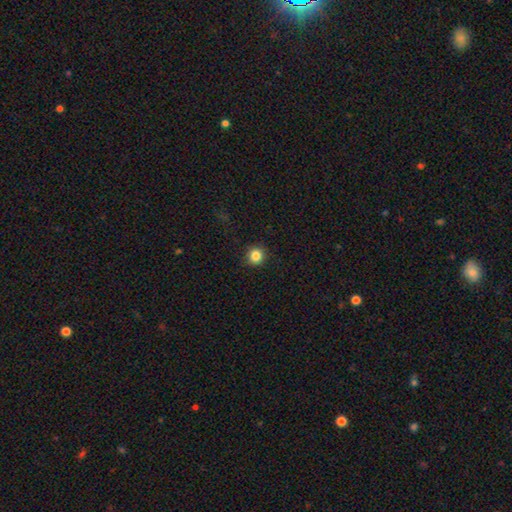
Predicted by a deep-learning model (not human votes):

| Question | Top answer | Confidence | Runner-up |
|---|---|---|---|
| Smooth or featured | smooth | 84% | star or artifact (11%) |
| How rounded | round | 91% | in between (8%) |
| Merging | none | 90% | minor disturbance (7%) |